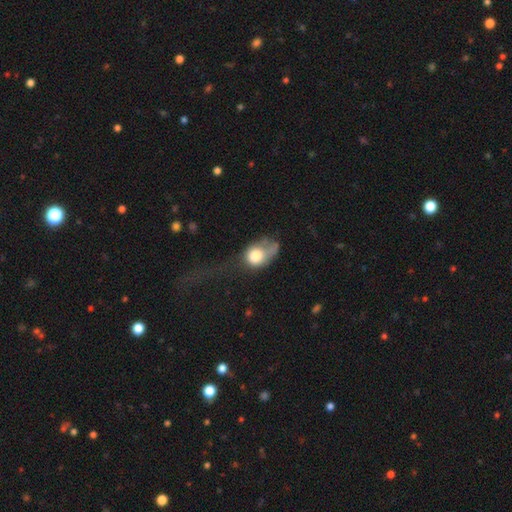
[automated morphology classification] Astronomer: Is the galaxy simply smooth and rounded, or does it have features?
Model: smooth — 70%.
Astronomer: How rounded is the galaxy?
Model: in between — 67%.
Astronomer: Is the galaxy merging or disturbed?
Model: major disturbance — 51%.